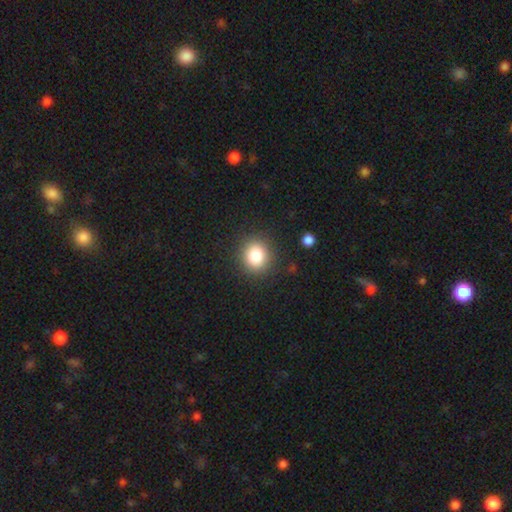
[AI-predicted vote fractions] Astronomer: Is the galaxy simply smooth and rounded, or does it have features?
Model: smooth — 83%.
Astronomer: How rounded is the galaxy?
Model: round — 84%.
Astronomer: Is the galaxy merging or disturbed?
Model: none — 89%.